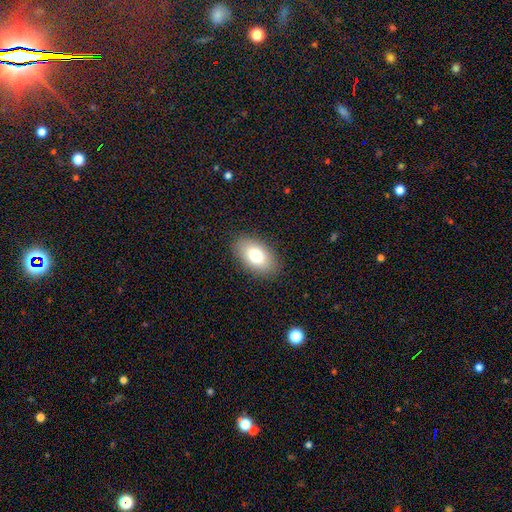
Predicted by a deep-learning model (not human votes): This is likely a smooth galaxy (77%). How rounded: clearly in between (93%). Merging: clearly none (88%).